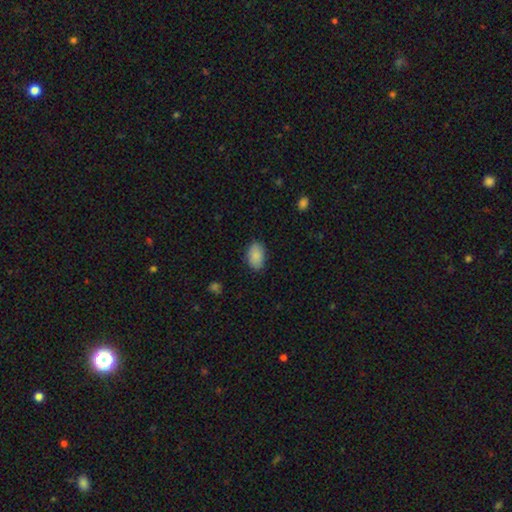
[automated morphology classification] Overall: smooth (89%). How rounded: in between (89%). Merging: none (84%).